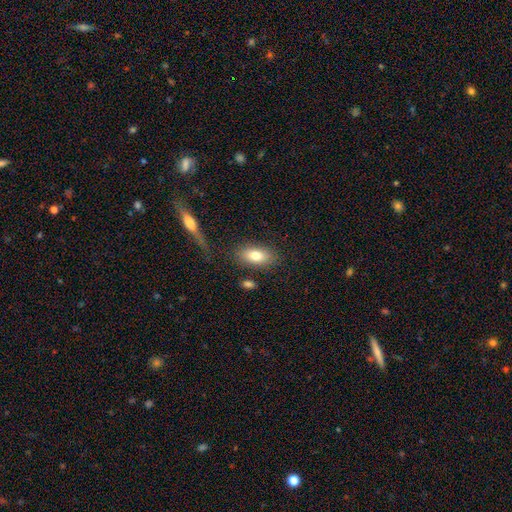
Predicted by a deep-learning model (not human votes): smooth_or_featured: smooth (p=0.79) [alt: featured or disk p=0.14]
how_rounded: in between (p=0.88) [alt: cigar-shaped p=0.06]
merging: none (p=0.80) [alt: minor disturbance p=0.12]